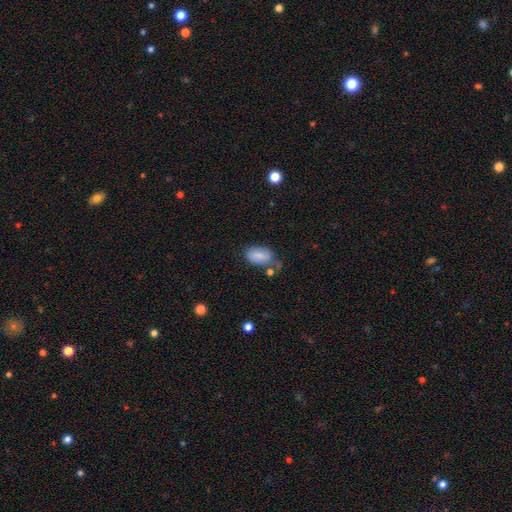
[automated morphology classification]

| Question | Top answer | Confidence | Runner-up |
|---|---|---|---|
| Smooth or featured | smooth | 71% | featured or disk (19%) |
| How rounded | in between | 90% | round (7%) |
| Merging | none | 52% | minor disturbance (28%) |